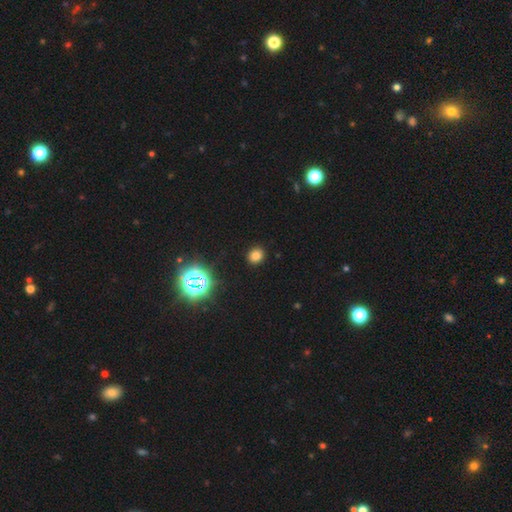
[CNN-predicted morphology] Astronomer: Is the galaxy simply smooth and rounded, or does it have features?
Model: smooth — 75%.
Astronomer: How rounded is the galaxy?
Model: round — 68%.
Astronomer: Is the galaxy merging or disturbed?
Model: none — 90%.